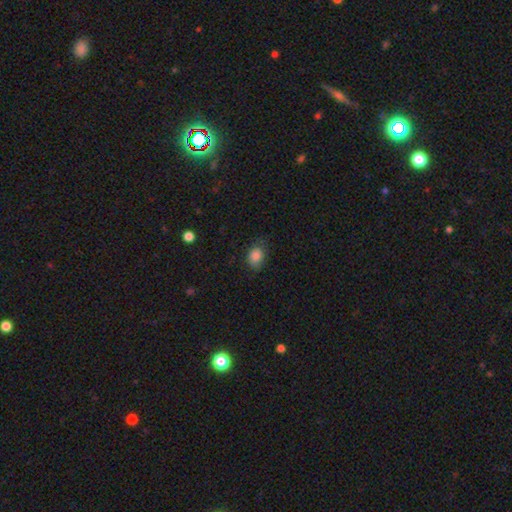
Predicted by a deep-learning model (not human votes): Smooth or featured? Predicted: smooth (p=0.84). How rounded? Predicted: in between (p=0.71). Merging? Predicted: none (p=0.70).